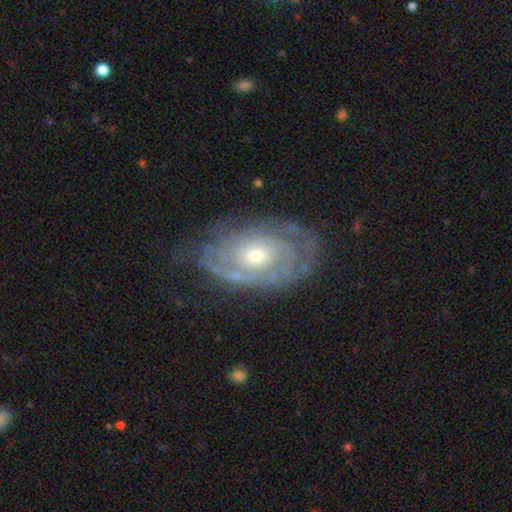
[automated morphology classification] Smooth or featured?
  - featured or disk: 82% *
  - smooth: 12%
  - star or artifact: 5%
Edge-on disk?
  - no: 95% *
  - yes: 5%
Bar?
  - no: 81% *
  - weak: 15%
  - strong: 4%
Spiral arms?
  - yes: 85% *
  - no: 15%
Spiral winding?
  - tight: 76% *
  - medium: 18%
  - loose: 6%
Spiral arm count?
  - can't tell: 48% *
  - 2: 24%
  - 3: 11%
  - 1: 7%
  - 4: 5%
  - more than 4: 4%
Bulge size?
  - moderate: 50% *
  - small: 46%
  - large: 2%
  - none: 1%
  - dominant: 1%
Merging?
  - none: 68% *
  - minor disturbance: 21%
  - major disturbance: 9%
  - merger: 2%